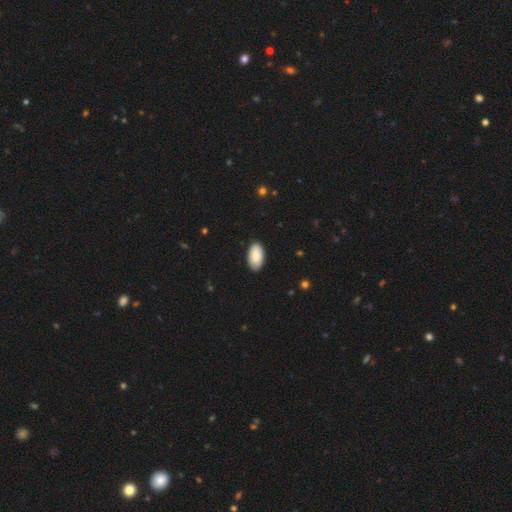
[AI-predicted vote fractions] Smooth or featured: smooth — 79% (featured or disk — 15%)
How rounded: in between — 96% (round — 3%)
Merging: none — 88% (minor disturbance — 9%)